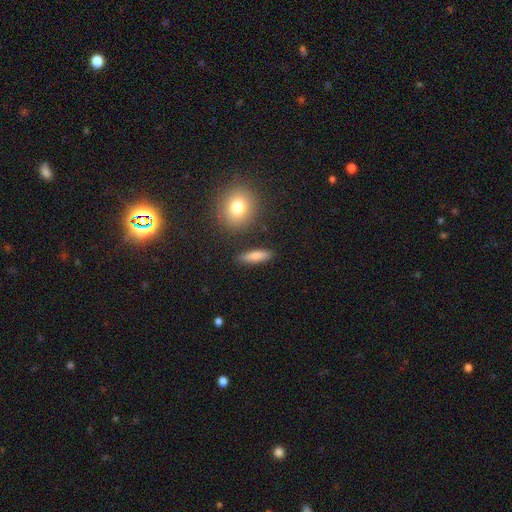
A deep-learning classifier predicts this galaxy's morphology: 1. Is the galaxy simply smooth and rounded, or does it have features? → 79% smooth, 14% featured or disk, 8% star or artifact.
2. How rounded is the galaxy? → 58% cigar-shaped, 37% in between, 5% round.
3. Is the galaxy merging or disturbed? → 85% none, 9% minor disturbance, 3% merger, 3% major disturbance.